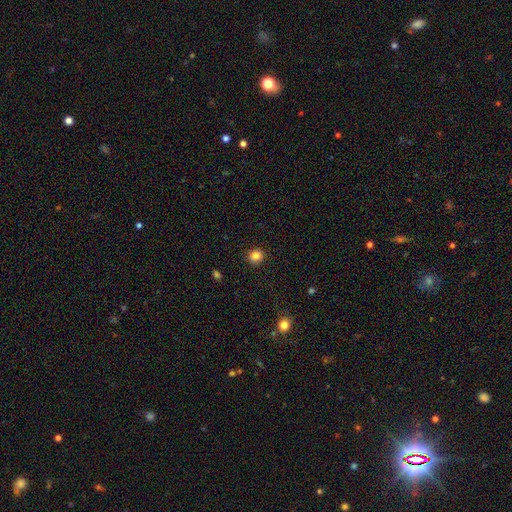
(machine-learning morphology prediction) smooth_or_featured: smooth (p=0.84) [alt: star or artifact p=0.11]
how_rounded: round (p=0.87) [alt: in between p=0.13]
merging: none (p=0.91) [alt: minor disturbance p=0.06]